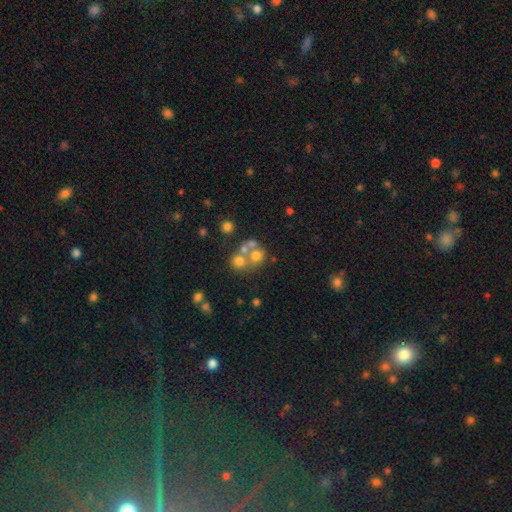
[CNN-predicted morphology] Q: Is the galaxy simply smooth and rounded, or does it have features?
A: smooth — 57%.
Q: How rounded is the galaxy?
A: round — 80%.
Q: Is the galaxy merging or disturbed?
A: merger — 46%.